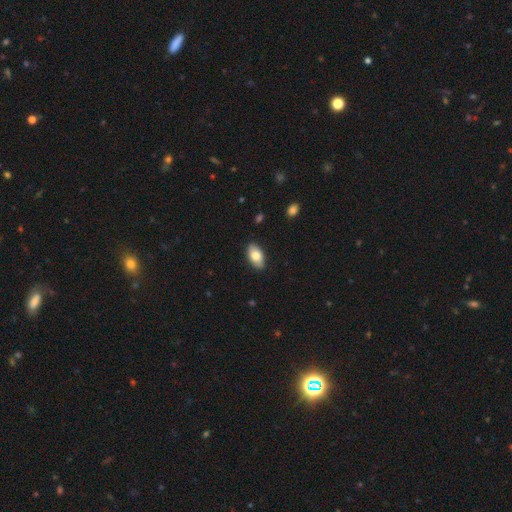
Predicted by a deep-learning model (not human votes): This is likely a smooth galaxy (78%). How rounded: clearly in between (93%). Merging: clearly none (88%).